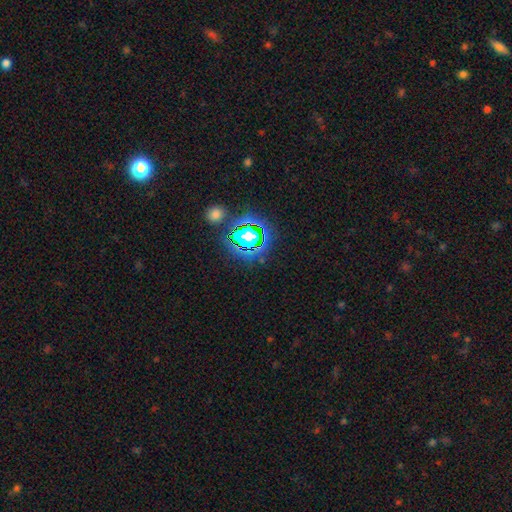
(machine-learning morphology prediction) A star or artifact, not a galaxy (77%).